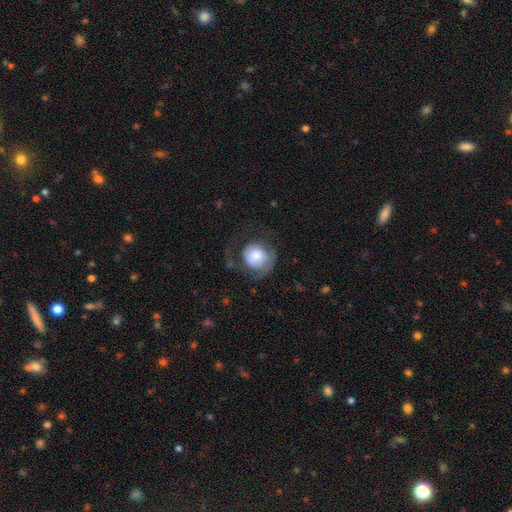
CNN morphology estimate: smooth_or_featured: smooth (p=0.59) [alt: featured or disk p=0.34]
how_rounded: round (p=0.83) [alt: in between p=0.16]
merging: none (p=0.44) [alt: major disturbance p=0.32]